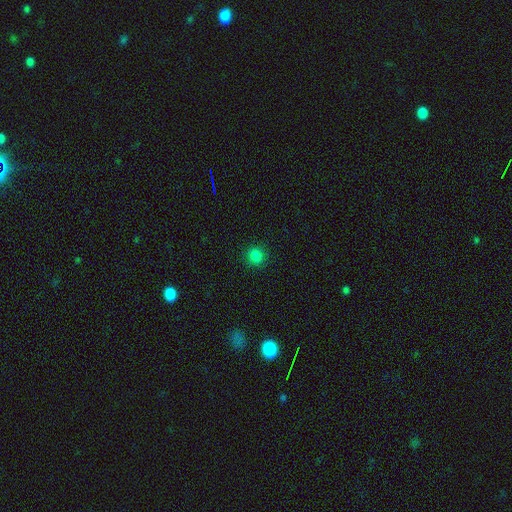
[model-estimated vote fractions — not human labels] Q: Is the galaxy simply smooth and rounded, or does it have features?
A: smooth — 82%.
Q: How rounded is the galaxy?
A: round — 87%.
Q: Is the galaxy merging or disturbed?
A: none — 90%.